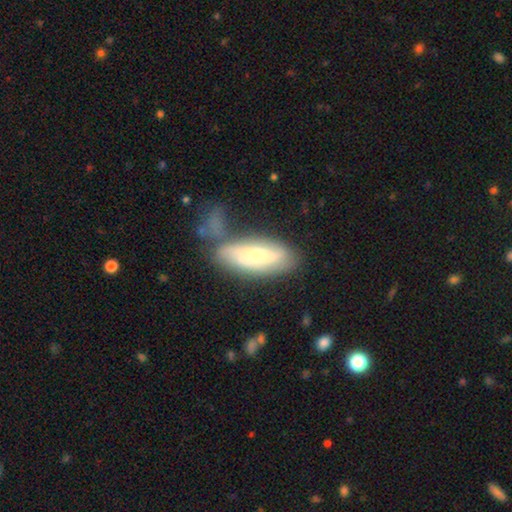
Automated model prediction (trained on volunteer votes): Q: Smooth or featured?
A: featured or disk (52%); runner-up: smooth (42%)
Q: Edge-on disk?
A: no (79%); runner-up: yes (21%)
Q: Merging?
A: none (47%); runner-up: minor disturbance (22%)